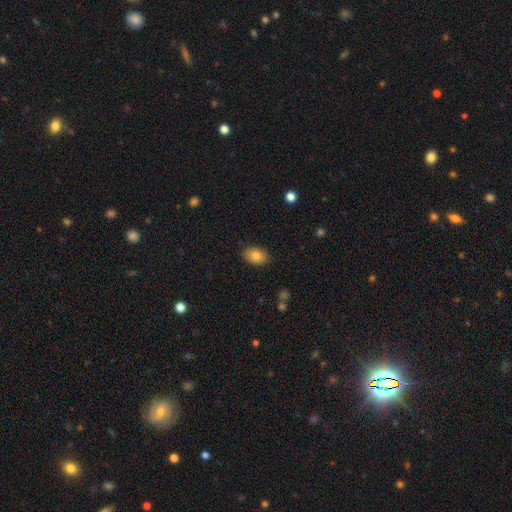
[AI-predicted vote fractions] smooth-or-featured: smooth: 81% | featured or disk: 12% | star or artifact: 8%
  how-rounded: in between: 84% | round: 15% | cigar-shaped: 1%
  merging: none: 86% | minor disturbance: 11% | major disturbance: 2% | merger: 1%